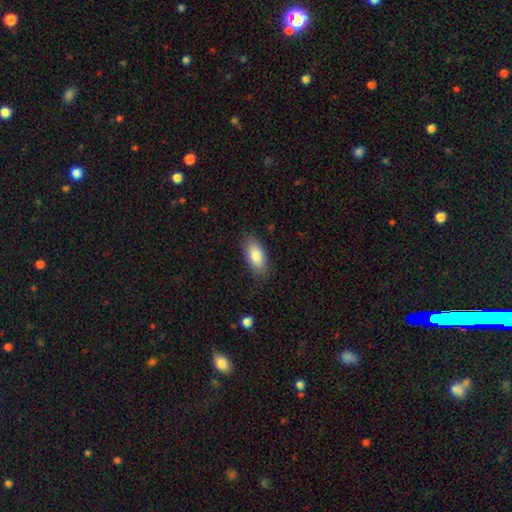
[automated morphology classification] Q: Smooth or featured?
A: smooth (84%); runner-up: featured or disk (9%)
Q: How rounded?
A: in between (89%); runner-up: cigar-shaped (9%)
Q: Merging?
A: none (81%); runner-up: minor disturbance (14%)